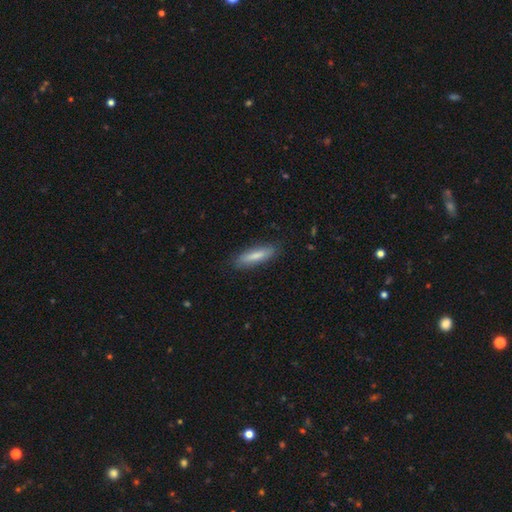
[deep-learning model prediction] Q: Smooth or featured?
A: smooth (78%); runner-up: featured or disk (16%)
Q: How rounded?
A: cigar-shaped (71%); runner-up: in between (28%)
Q: Merging?
A: none (86%); runner-up: minor disturbance (11%)